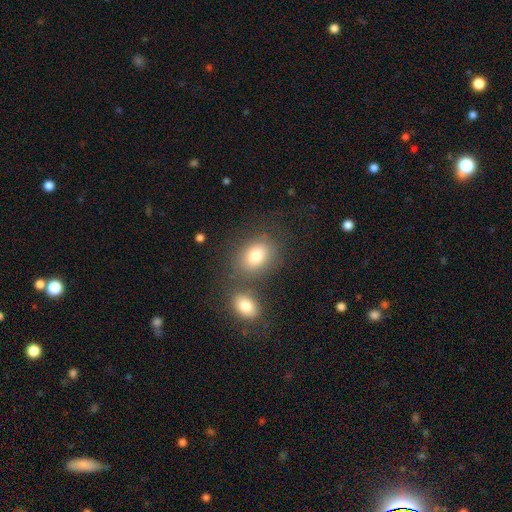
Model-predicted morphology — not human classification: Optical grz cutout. It shows a smooth galaxy with no disk features (80%) that is in between round and cigar-shaped (70%). Merging: none (64%).